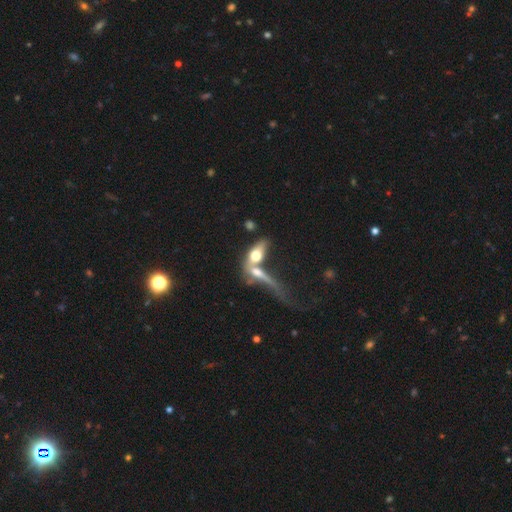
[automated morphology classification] This appears to be a smooth galaxy with no disk features (52%) that is in between round and cigar-shaped (64%). Merging: merger (63%).